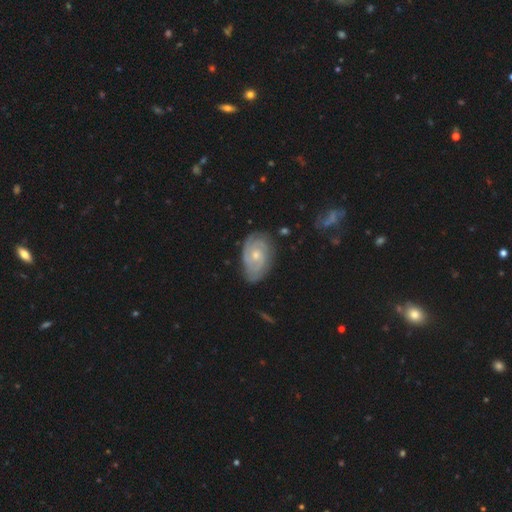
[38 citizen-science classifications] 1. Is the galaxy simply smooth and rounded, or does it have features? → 76% featured or disk, 21% smooth, 3% star or artifact.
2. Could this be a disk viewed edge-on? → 93% no, 7% yes.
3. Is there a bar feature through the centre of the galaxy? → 74% no, 22% weak, 4% strong.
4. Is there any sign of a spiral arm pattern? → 93% yes, 7% no.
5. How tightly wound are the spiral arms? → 80% tight, 20% medium, 0% loose.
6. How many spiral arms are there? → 56% 3, 24% can't tell, 12% 2, 8% 4, 0% 1, 0% more than 4.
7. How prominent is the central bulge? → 52% moderate, 44% small, 4% large, 0% dominant, 0% none.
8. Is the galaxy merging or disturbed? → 49% none, 38% minor disturbance, 8% major disturbance, 5% merger.